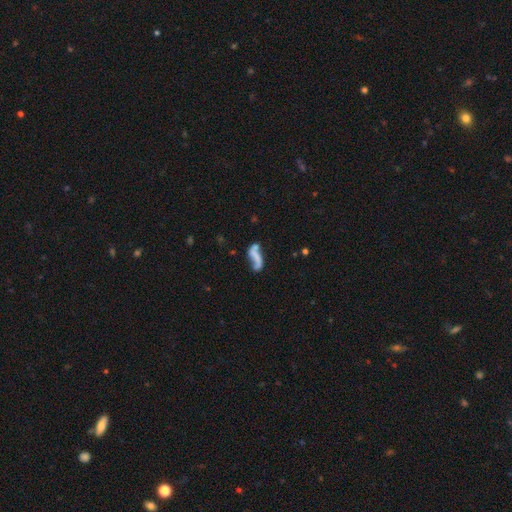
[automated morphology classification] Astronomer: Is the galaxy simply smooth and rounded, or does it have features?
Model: featured or disk — 51% (runner-up: smooth, 39%).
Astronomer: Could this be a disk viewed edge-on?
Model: no — 92%.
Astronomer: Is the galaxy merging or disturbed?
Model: none — 36% (runner-up: major disturbance, 22%).